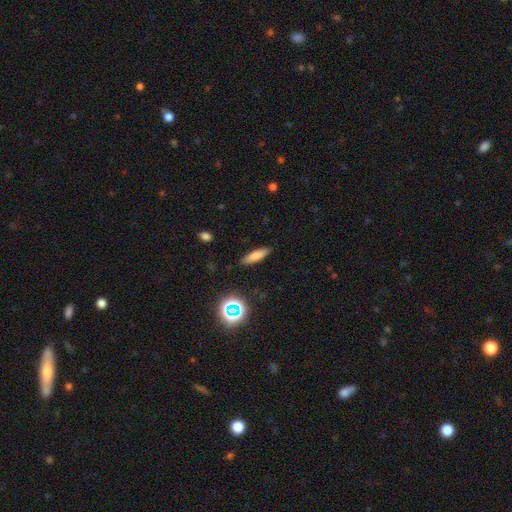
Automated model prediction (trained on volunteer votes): A smooth galaxy with no disk features (76%) that is cigar-shaped (62%). Merging: none (87%).